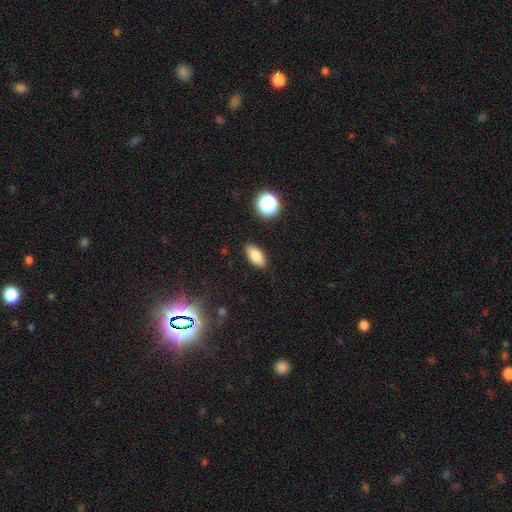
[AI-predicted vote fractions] A smooth galaxy with no disk features (81%) that is in between round and cigar-shaped (86%). Merging: none (88%).